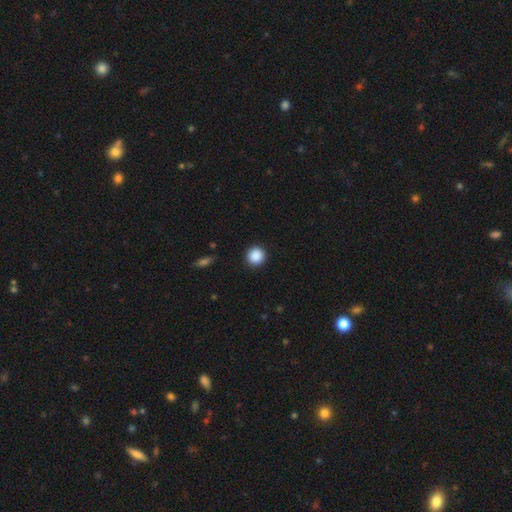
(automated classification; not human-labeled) The model was most divided on "smooth or featured": smooth: 89%, star or artifact: 9%, featured or disk: 3%. More confident: how rounded — round (94%); merging — none (91%).